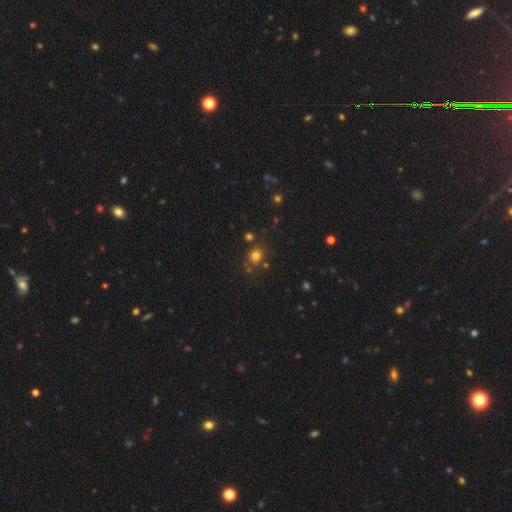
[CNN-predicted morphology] type=smooth (75%); roundness=round (80%); merging=none (76%).